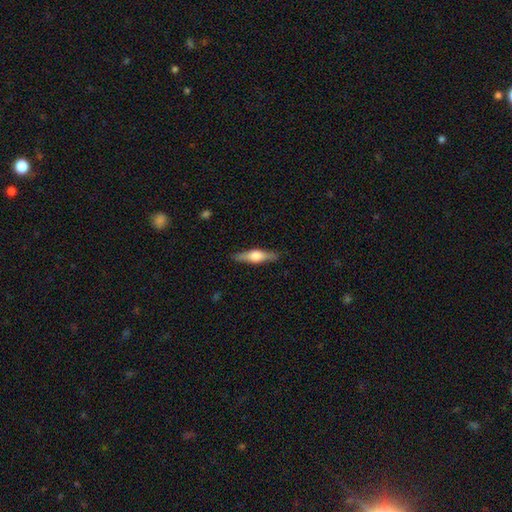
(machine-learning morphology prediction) featured or disk 56%, smooth 38%, star or artifact 6%. Down the decision tree: edge-on disk — yes (95%); edge-on bulge — rounded (90%); merging — none (88%).